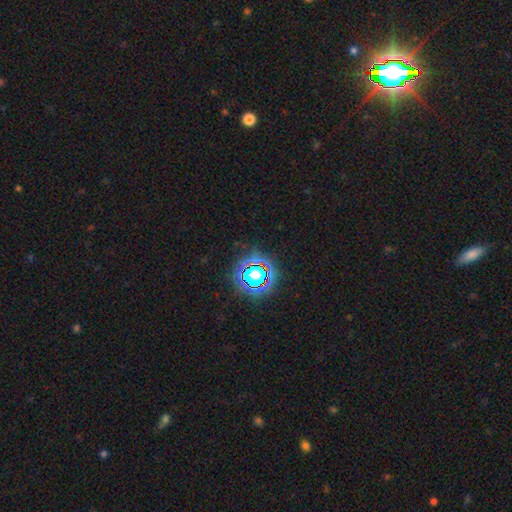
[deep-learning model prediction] Smooth or featured: star or artifact — 80% (smooth — 12%)